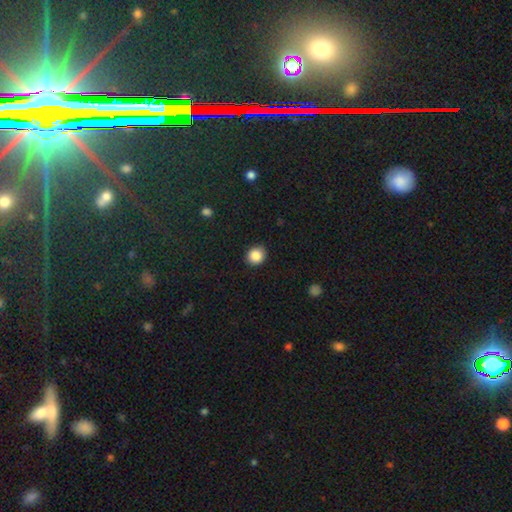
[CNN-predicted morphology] Smooth or featured? smooth (87%)
How rounded? round (82%)
Merging? none (88%)